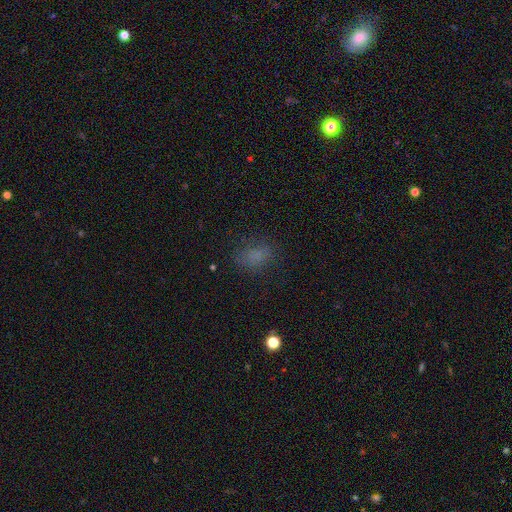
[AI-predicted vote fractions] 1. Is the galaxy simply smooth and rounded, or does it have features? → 73% smooth, 18% star or artifact, 9% featured or disk.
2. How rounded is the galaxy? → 76% in between, 22% round, 2% cigar-shaped.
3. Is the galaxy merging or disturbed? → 73% none, 17% minor disturbance, 9% major disturbance, 2% merger.